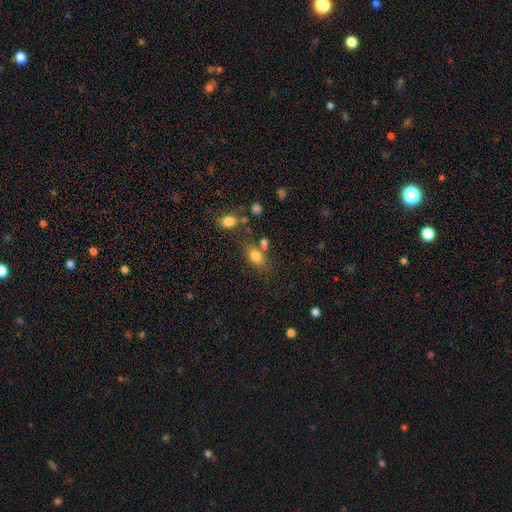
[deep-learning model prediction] smooth-or-featured: smooth: 80% | star or artifact: 11% | featured or disk: 9%
  how-rounded: in between: 76% | round: 22% | cigar-shaped: 2%
  merging: none: 60% | merger: 19% | minor disturbance: 15% | major disturbance: 6%